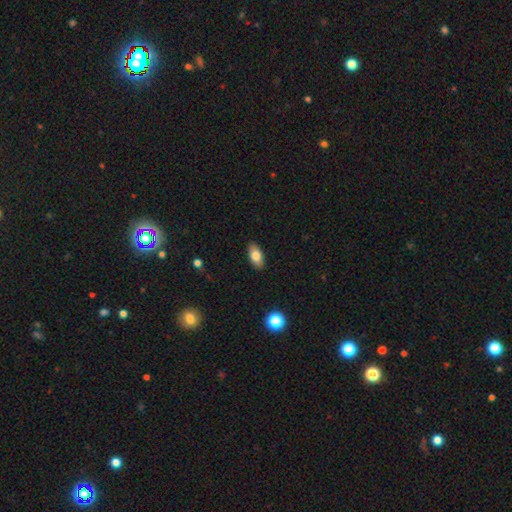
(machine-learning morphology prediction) Smooth or featured? Predicted: smooth (p=0.80). How rounded? Predicted: in between (p=0.91). Merging? Predicted: none (p=0.89).